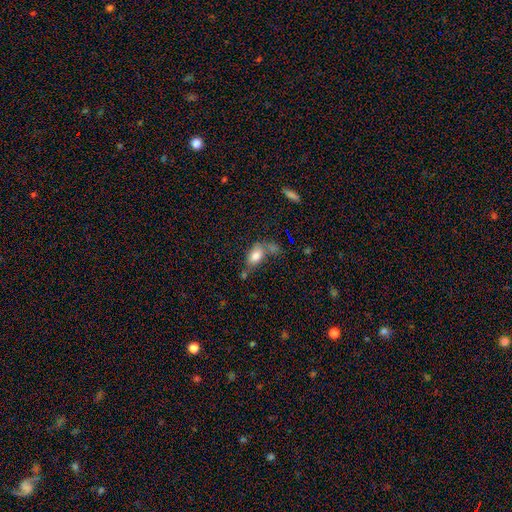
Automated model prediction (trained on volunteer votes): smooth-or-featured: smooth: 79% | featured or disk: 12% | star or artifact: 9%
  how-rounded: in between: 85% | round: 11% | cigar-shaped: 3%
  merging: none: 40% | merger: 29% | minor disturbance: 20% | major disturbance: 11%